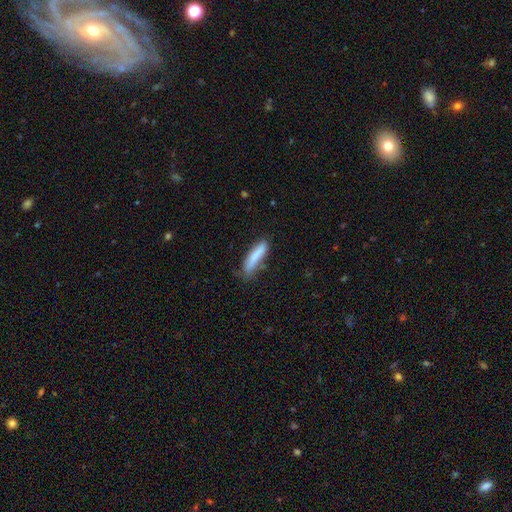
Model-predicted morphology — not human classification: A smooth galaxy with no disk features (81%) that is cigar-shaped (85%). Merging: none (65%).